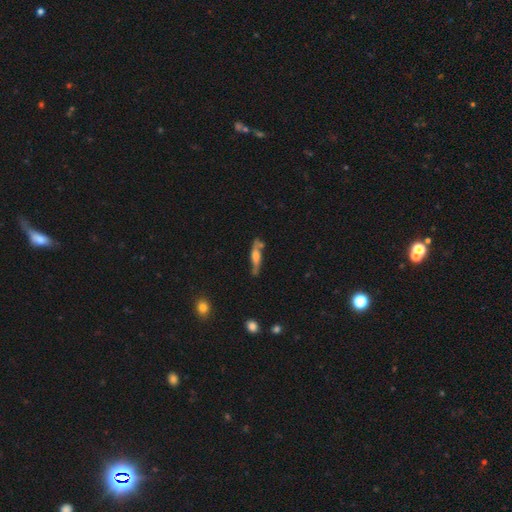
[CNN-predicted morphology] A featured or disk galaxy (55%) viewed edge-on (66%). Merging: none (64%).